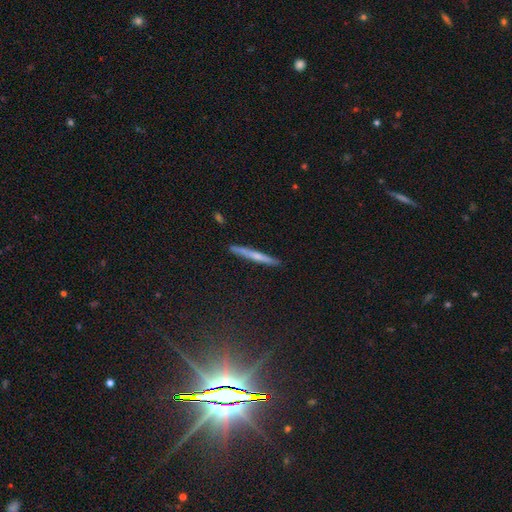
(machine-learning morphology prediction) Smooth or featured: smooth — 47% (featured or disk — 44%)
Merging: none — 89% (minor disturbance — 8%)